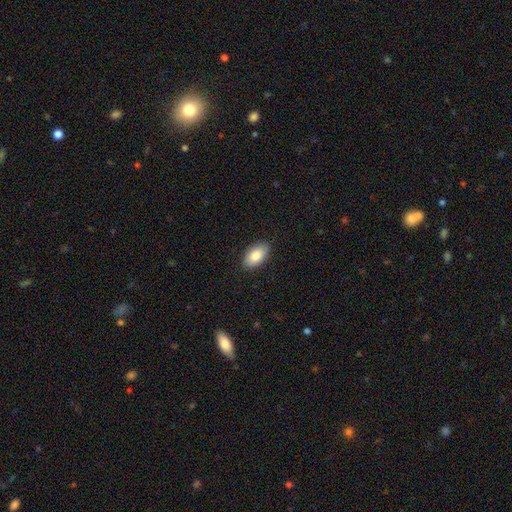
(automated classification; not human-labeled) Smooth or featured? Predicted: smooth (p=0.84). How rounded? Predicted: in between (p=0.94). Merging? Predicted: none (p=0.88).